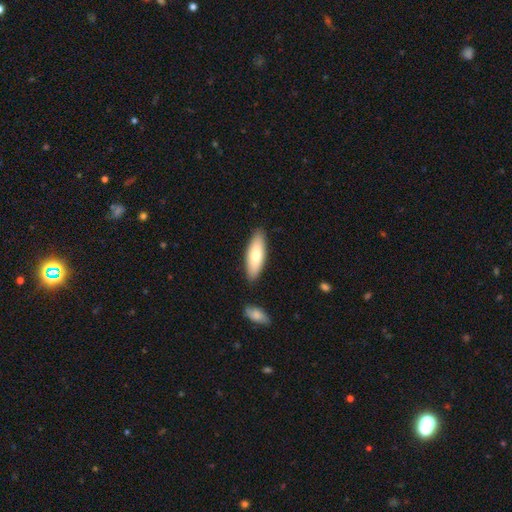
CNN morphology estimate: Smooth or featured?
  - smooth: 76% *
  - featured or disk: 19%
  - star or artifact: 5%
How rounded?
  - in between: 57% *
  - cigar-shaped: 41%
  - round: 2%
Merging?
  - none: 85% *
  - minor disturbance: 10%
  - merger: 3%
  - major disturbance: 2%